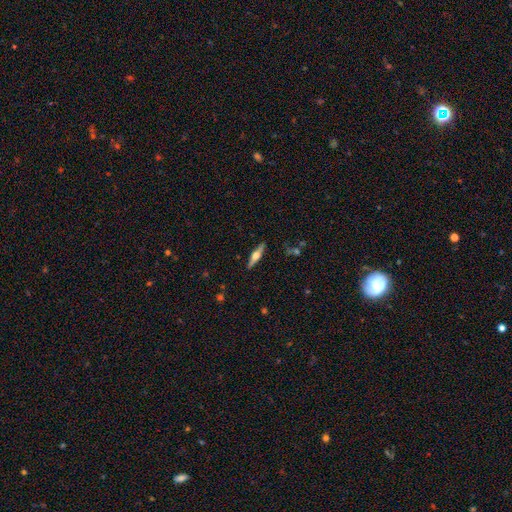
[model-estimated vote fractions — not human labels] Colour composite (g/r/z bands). It shows a featured or disk galaxy (65%) viewed edge-on (96%) with a rounded central bulge (93%). Merging: none (89%).